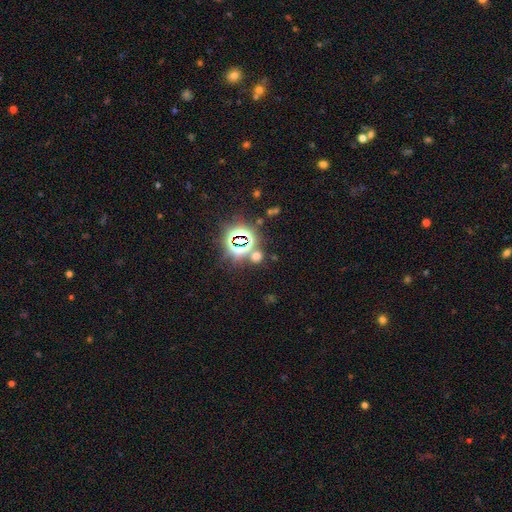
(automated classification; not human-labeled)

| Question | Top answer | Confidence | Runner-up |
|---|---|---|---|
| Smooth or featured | star or artifact | 54% | smooth (39%) |